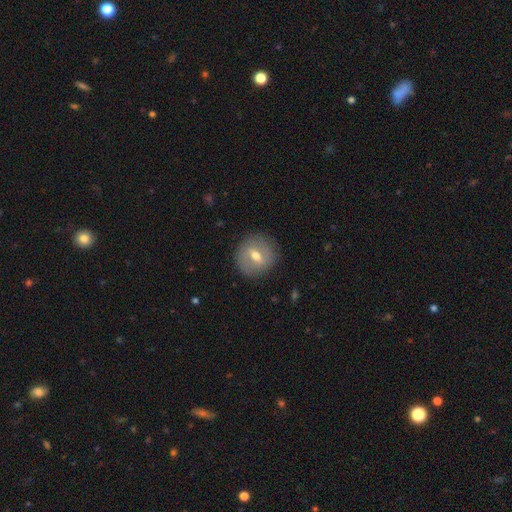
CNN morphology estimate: Smooth or featured? Predicted: featured or disk (p=0.46). Merging? Predicted: none (p=0.86).